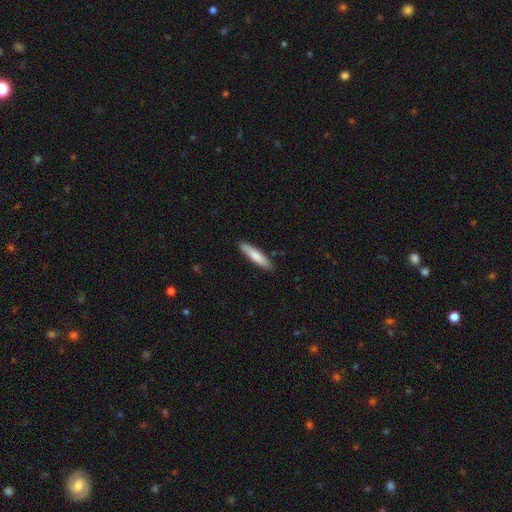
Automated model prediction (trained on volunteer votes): A smooth galaxy with no disk features (78%) that is cigar-shaped (83%).

Vote fractions:
- Smooth or featured? smooth: 78% / featured or disk: 17% / star or artifact: 5%
- How rounded? cigar-shaped: 83% / in between: 16% / round: 1%
- Merging? none: 87% / minor disturbance: 11% / major disturbance: 2% / merger: 1%